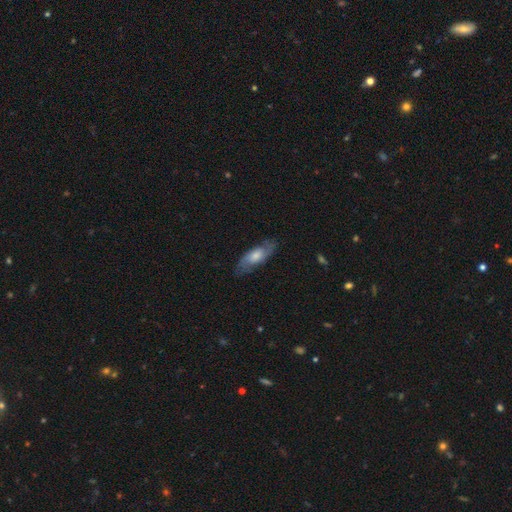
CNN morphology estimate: This appears to be a smooth galaxy with no disk features (48%). Merging: none (74%).